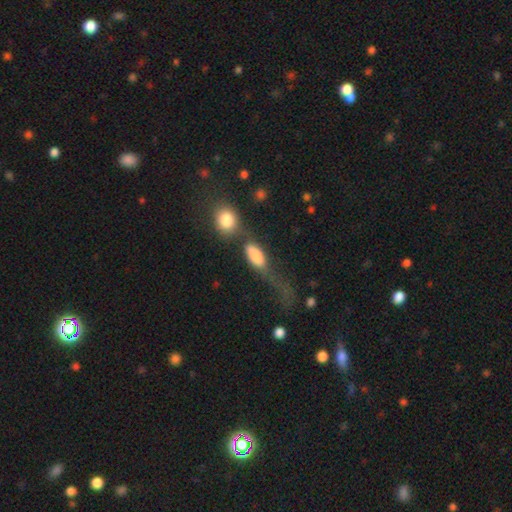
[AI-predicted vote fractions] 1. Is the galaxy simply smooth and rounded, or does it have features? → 78% smooth, 15% featured or disk, 8% star or artifact.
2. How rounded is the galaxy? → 82% in between, 12% cigar-shaped, 7% round.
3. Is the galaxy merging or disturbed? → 40% merger, 24% major disturbance, 22% none, 14% minor disturbance.